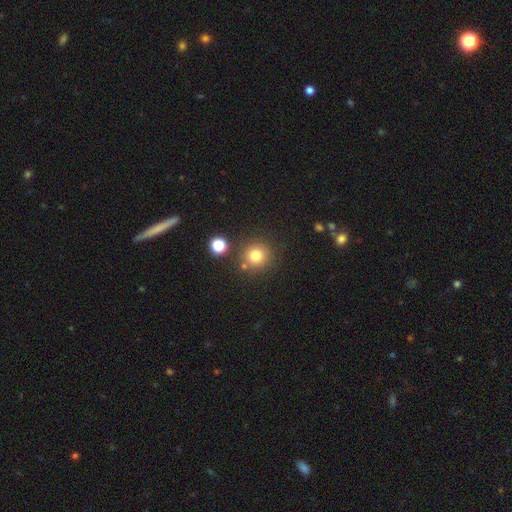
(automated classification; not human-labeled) This appears to be a smooth galaxy with no disk features (79%) that is round (93%). Merging: none (80%).